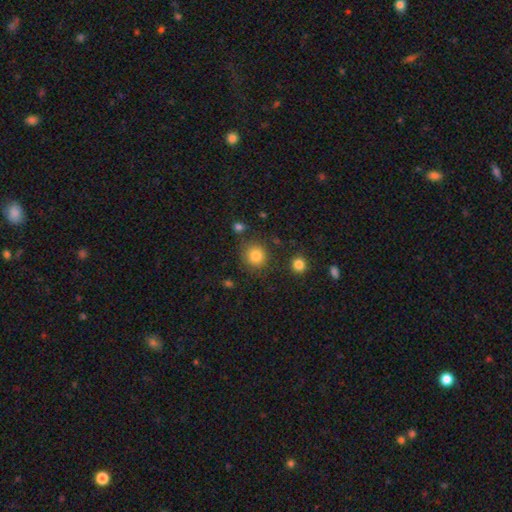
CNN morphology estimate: smooth-or-featured: smooth: 82% | star or artifact: 11% | featured or disk: 6%
  how-rounded: round: 89% | in between: 11% | cigar-shaped: 1%
  merging: none: 82% | minor disturbance: 10% | merger: 4% | major disturbance: 4%